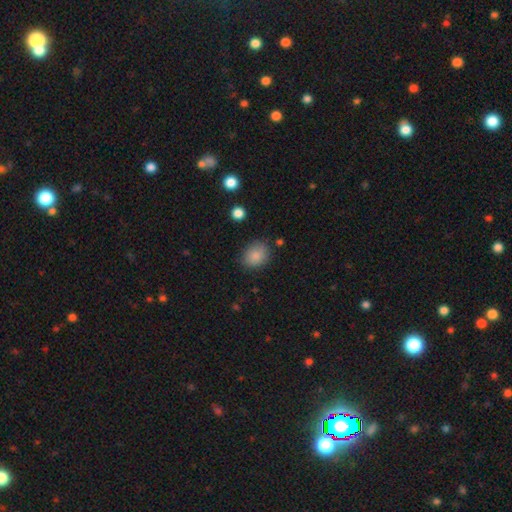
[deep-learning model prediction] A smooth galaxy with no disk features (86%) that is in between round and cigar-shaped (50%).

Vote fractions:
- Smooth or featured? smooth: 86% / star or artifact: 9% / featured or disk: 5%
- How rounded? in between: 50% / round: 49% / cigar-shaped: 1%
- Merging? none: 79% / minor disturbance: 15% / major disturbance: 4% / merger: 2%